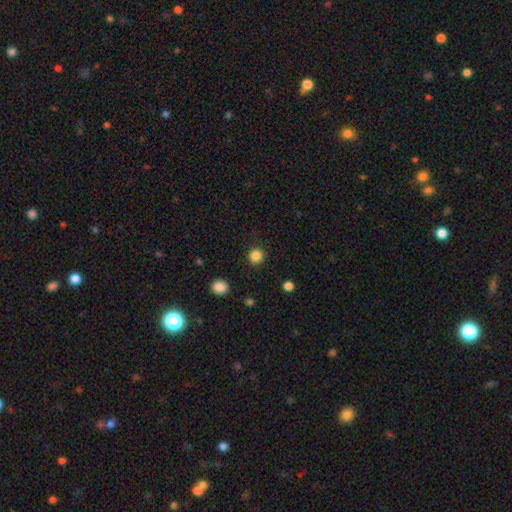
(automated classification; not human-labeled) Overall: smooth (85%). How rounded: round (94%). Merging: none (91%).